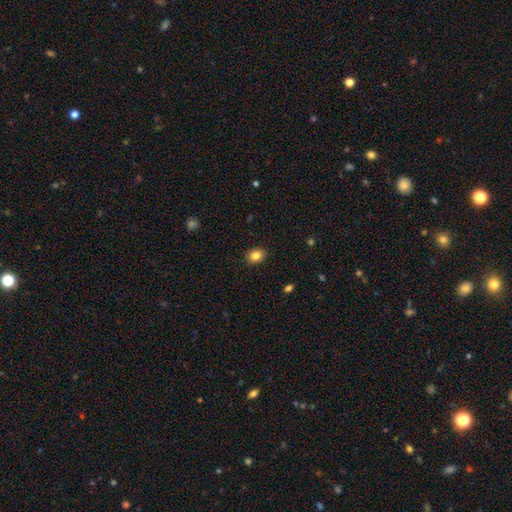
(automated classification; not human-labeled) Overall: smooth (84%). How rounded: in between (53%; round 46%). Merging: none (88%).